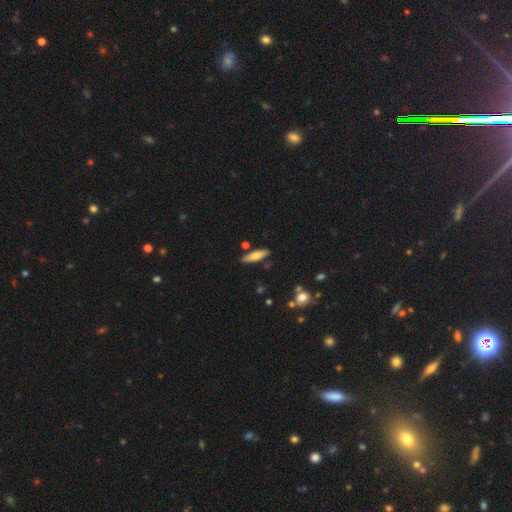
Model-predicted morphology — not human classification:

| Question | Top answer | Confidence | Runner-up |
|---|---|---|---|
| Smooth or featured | smooth | 66% | featured or disk (28%) |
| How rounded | cigar-shaped | 63% | in between (35%) |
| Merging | none | 82% | minor disturbance (11%) |